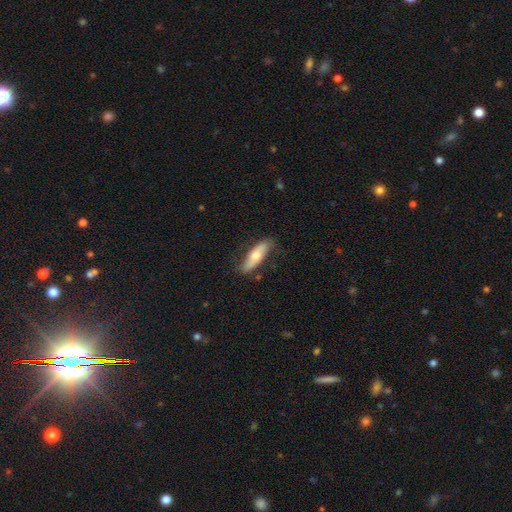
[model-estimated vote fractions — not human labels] Smooth or featured: smooth — 58% (featured or disk — 36%)
How rounded: cigar-shaped — 56% (in between — 42%)
Merging: none — 74% (minor disturbance — 20%)